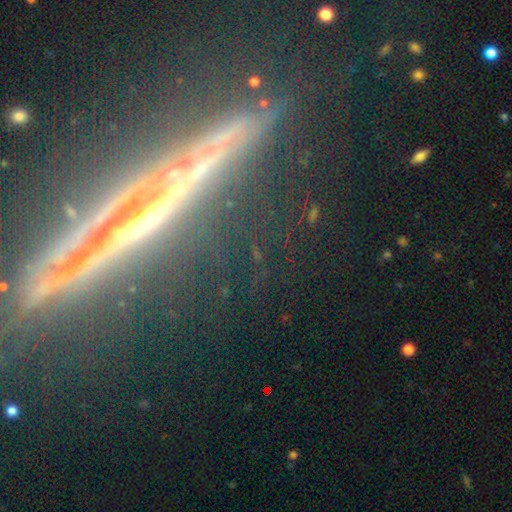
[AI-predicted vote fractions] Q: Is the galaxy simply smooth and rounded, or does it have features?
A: featured or disk — 51%.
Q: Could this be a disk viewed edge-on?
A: yes — 75%.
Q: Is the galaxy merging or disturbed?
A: none — 81%.